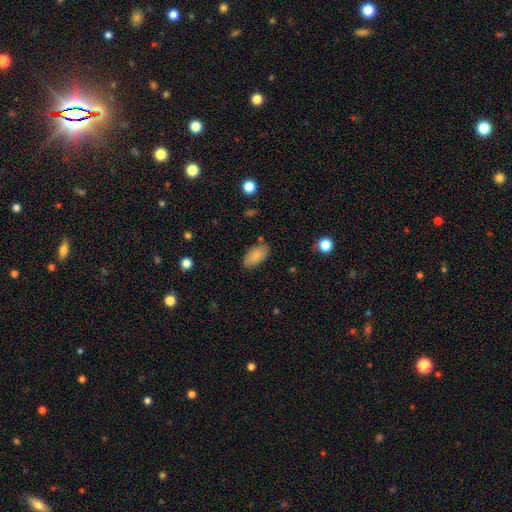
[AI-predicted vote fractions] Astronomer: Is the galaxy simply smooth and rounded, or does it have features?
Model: smooth — 83%.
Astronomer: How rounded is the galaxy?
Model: in between — 94%.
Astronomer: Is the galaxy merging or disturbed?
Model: none — 81%.